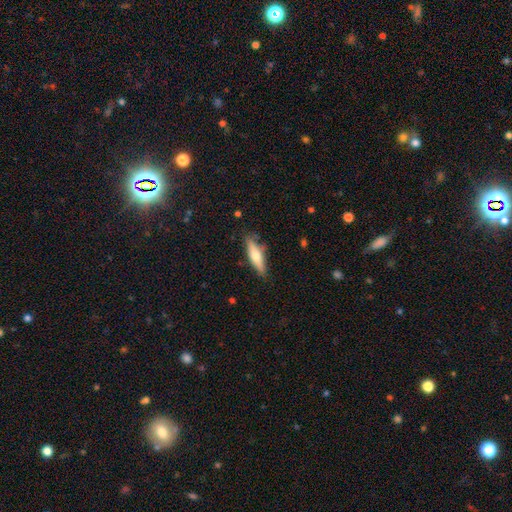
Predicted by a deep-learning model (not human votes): Smooth or featured? smooth (54%)
How rounded? cigar-shaped (68%)
Merging? none (81%)